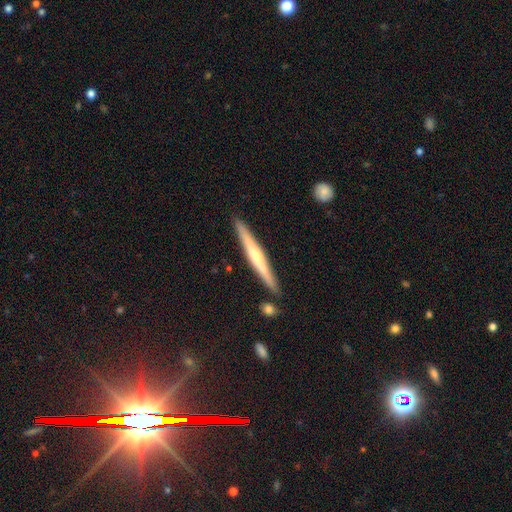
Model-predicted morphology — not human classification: The model was most divided on "smooth or featured": featured or disk: 61%, smooth: 33%, star or artifact: 6%. More confident: edge-on disk — yes (97%); merging — none (89%); edge-on bulge — rounded (66%).